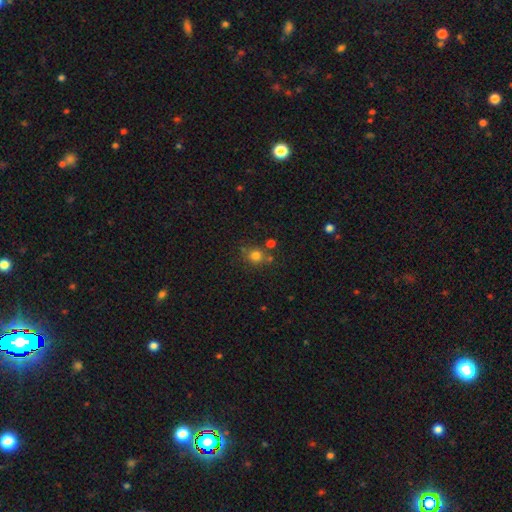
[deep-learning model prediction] Overall: smooth (76%). How rounded: round (85%). Merging: none (69%).